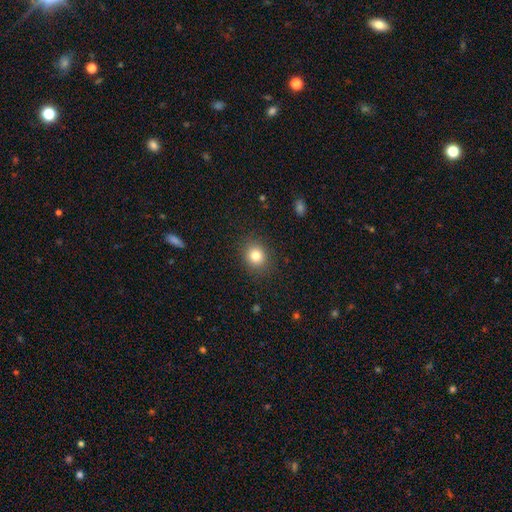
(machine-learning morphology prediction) smooth-or-featured: smooth: 82% | star or artifact: 11% | featured or disk: 7%
  how-rounded: round: 74% | in between: 25% | cigar-shaped: 1%
  merging: none: 88% | minor disturbance: 8% | major disturbance: 3% | merger: 1%